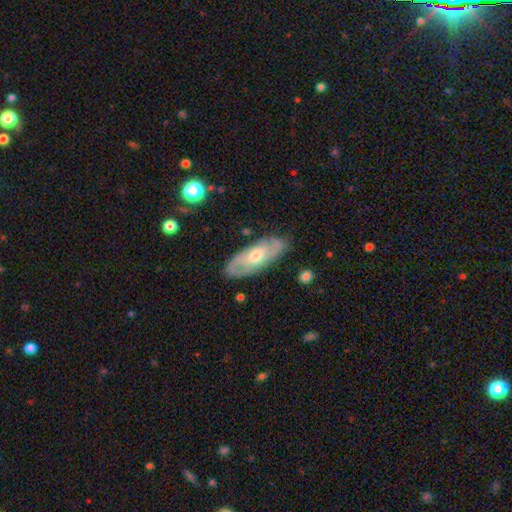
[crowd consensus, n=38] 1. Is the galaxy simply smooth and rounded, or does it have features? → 66% featured or disk, 26% smooth, 8% star or artifact.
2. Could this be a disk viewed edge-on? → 80% no, 20% yes.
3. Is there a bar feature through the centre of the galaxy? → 55% weak, 45% no, 0% strong.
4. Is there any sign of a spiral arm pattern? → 95% yes, 5% no.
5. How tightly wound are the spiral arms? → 53% tight, 37% medium, 11% loose.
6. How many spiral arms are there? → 63% 2, 32% can't tell, 5% 3, 0% 1, 0% 4, 0% more than 4.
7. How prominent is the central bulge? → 75% moderate, 15% small, 5% dominant, 5% large, 0% none.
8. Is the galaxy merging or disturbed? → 80% none, 20% minor disturbance, 0% major disturbance, 0% merger.